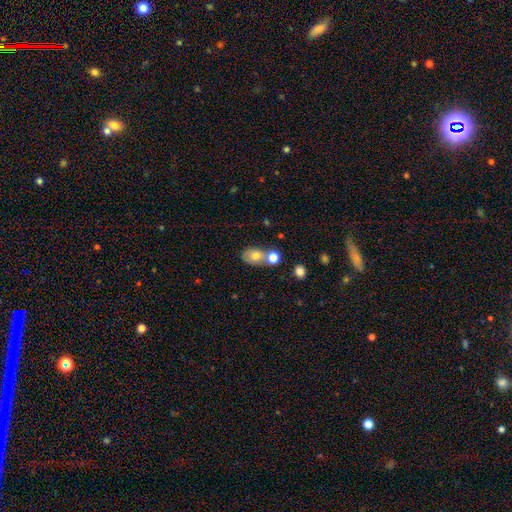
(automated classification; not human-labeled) Smooth or featured? Predicted: smooth (p=0.73). How rounded? Predicted: in between (p=0.69). Merging? Predicted: merger (p=0.43).